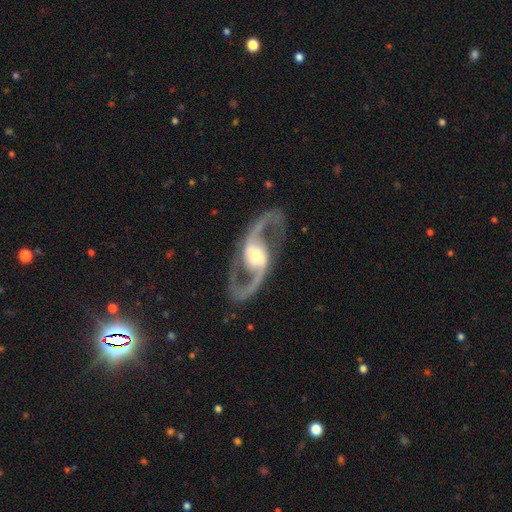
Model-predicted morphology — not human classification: Smooth or featured: featured or disk — 93% (star or artifact — 4%)
Edge-on disk: no — 97% (yes — 3%)
Bar: strong — 39% (weak — 36%)
Spiral arms: yes — 97% (no — 3%)
Spiral winding: medium — 53% (loose — 37%)
Spiral arm count: 2 — 94% (can't tell — 1%)
Bulge size: moderate — 53% (small — 30%)
Merging: none — 85% (minor disturbance — 8%)